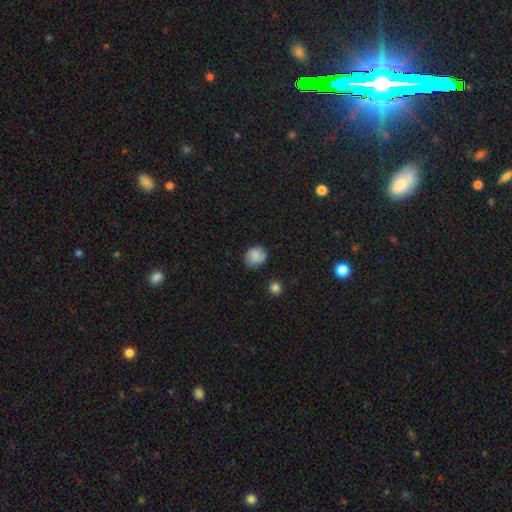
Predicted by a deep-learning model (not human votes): A smooth galaxy with no disk features (64%) that is round (73%).

Vote fractions:
- Smooth or featured? smooth: 64% / featured or disk: 27% / star or artifact: 9%
- How rounded? round: 73% / in between: 26% / cigar-shaped: 1%
- Merging? none: 78% / minor disturbance: 16% / major disturbance: 4% / merger: 2%